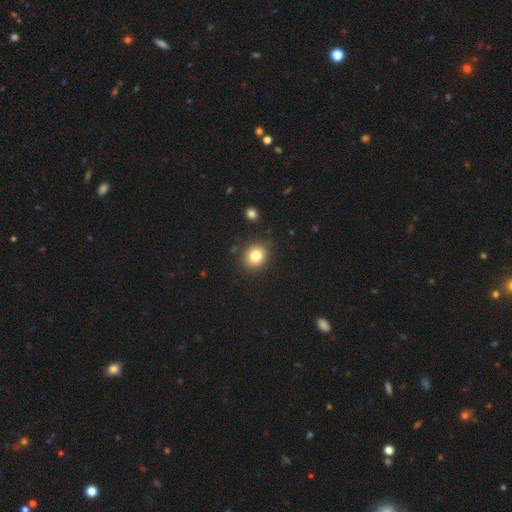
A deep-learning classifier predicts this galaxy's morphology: smooth_or_featured: smooth (p=0.81) [alt: star or artifact p=0.11]
how_rounded: round (p=0.71) [alt: in between p=0.28]
merging: none (p=0.87) [alt: minor disturbance p=0.09]